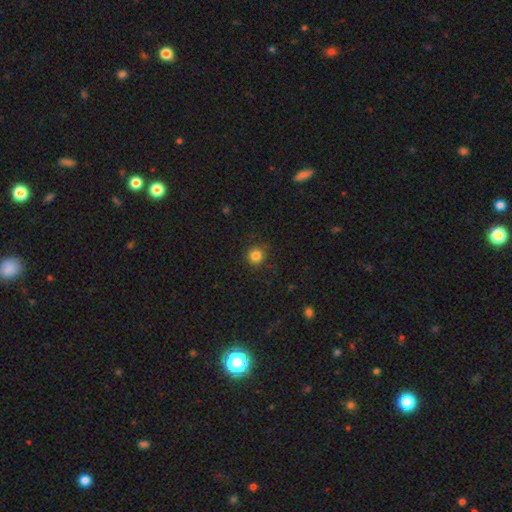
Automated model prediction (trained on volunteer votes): The model was most divided on "smooth or featured": smooth: 84%, star or artifact: 12%, featured or disk: 4%. More confident: how rounded — round (94%); merging — none (89%).